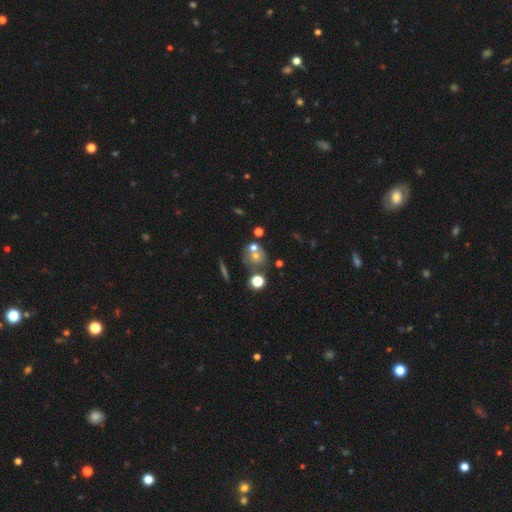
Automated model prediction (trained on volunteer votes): smooth 58%, featured or disk 24%, star or artifact 17%. Down the decision tree: how rounded — round (76%); merging — none (47%).